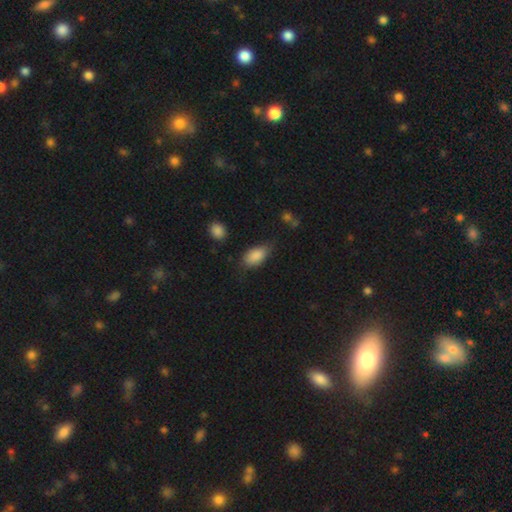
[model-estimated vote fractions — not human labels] A smooth galaxy with no disk features (87%) that is in between round and cigar-shaped (91%).

Vote fractions:
- Smooth or featured? smooth: 87% / star or artifact: 7% / featured or disk: 6%
- How rounded? in between: 91% / round: 5% / cigar-shaped: 4%
- Merging? none: 67% / minor disturbance: 25% / major disturbance: 6% / merger: 2%